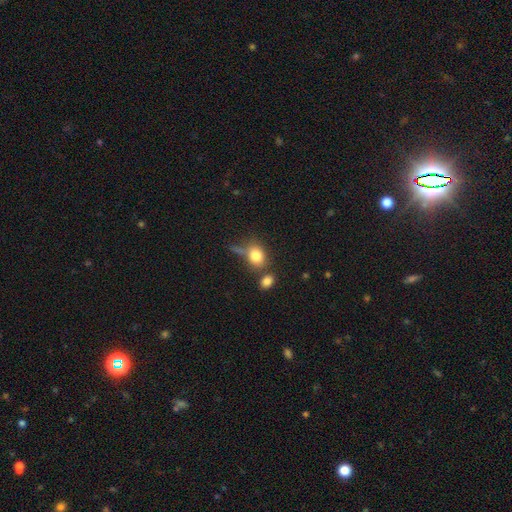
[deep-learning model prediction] This appears to be a smooth galaxy with no disk features (80%) that is in between round and cigar-shaped (50%). Merging: none (51%).